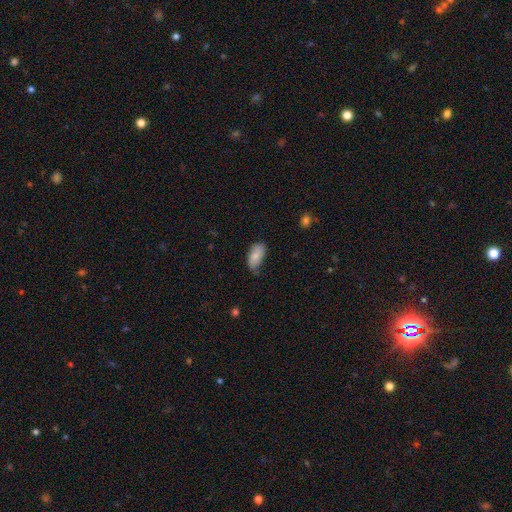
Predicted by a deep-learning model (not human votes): Smooth or featured: smooth — 78% (featured or disk — 15%)
How rounded: in between — 94% (round — 3%)
Merging: none — 51% (minor disturbance — 39%)